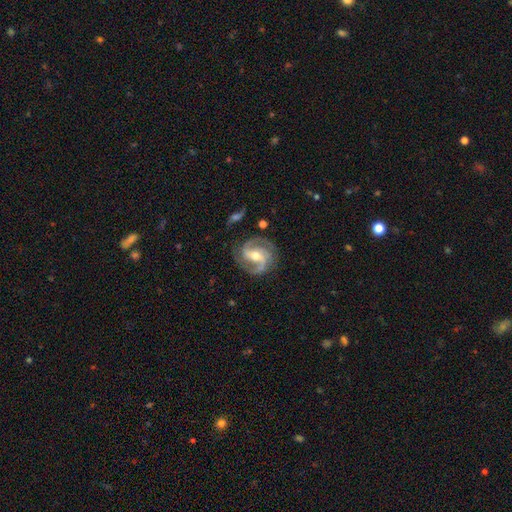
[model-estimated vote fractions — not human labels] Smooth or featured? Predicted: featured or disk (p=0.92). Edge-on disk? Predicted: no (p=0.98). Bar? Predicted: weak (p=0.40). Spiral arms? Predicted: yes (p=0.98). Spiral winding? Predicted: medium (p=0.54). Spiral arm count? Predicted: 2 (p=0.47). Bulge size? Predicted: moderate (p=0.66). Merging? Predicted: none (p=0.79).